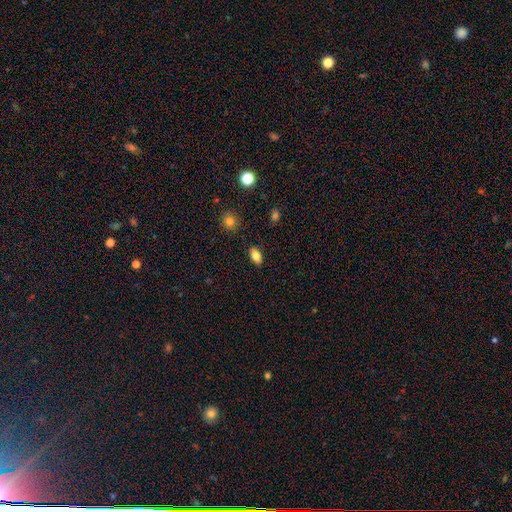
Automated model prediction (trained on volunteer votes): Q: Smooth or featured?
A: smooth (82%); runner-up: star or artifact (9%)
Q: How rounded?
A: in between (89%); runner-up: round (8%)
Q: Merging?
A: none (87%); runner-up: minor disturbance (9%)